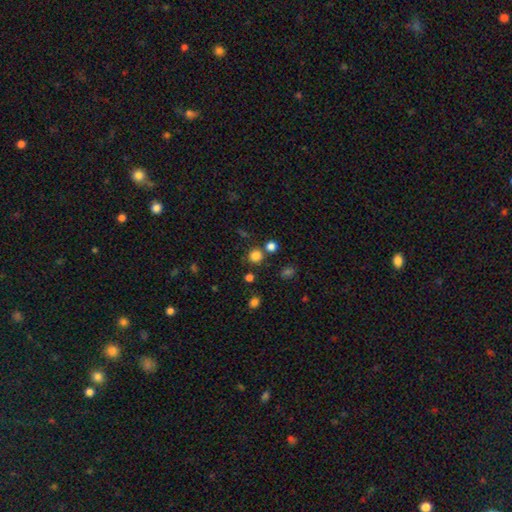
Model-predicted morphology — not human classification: A smooth galaxy with no disk features (81%) that is round (91%).

Vote fractions:
- Smooth or featured? smooth: 81% / star or artifact: 15% / featured or disk: 5%
- How rounded? round: 91% / in between: 8% / cigar-shaped: 1%
- Merging? none: 77% / merger: 12% / minor disturbance: 8% / major disturbance: 3%